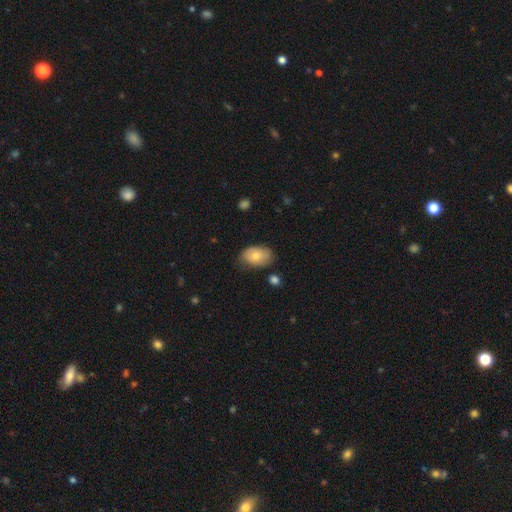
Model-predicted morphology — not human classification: This appears to be a smooth galaxy with no disk features (71%) that is in between round and cigar-shaped (86%). Merging: none (67%).